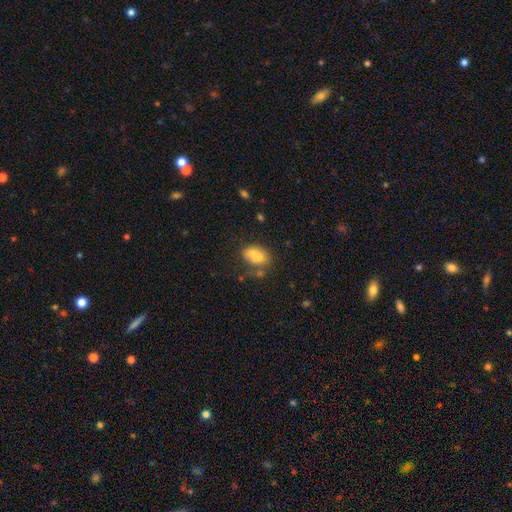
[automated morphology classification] This appears to be a smooth galaxy with no disk features (62%) that is in between round and cigar-shaped (63%). Merging: merger (53%).